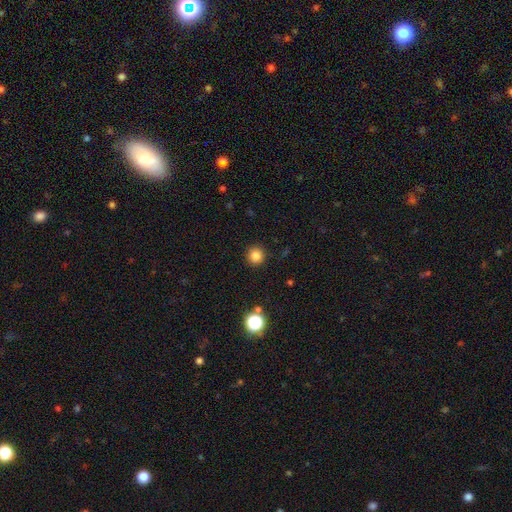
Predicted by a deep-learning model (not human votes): The model was most divided on "smooth or featured": smooth: 83%, star or artifact: 12%, featured or disk: 5%. More confident: how rounded — round (94%); merging — none (92%).